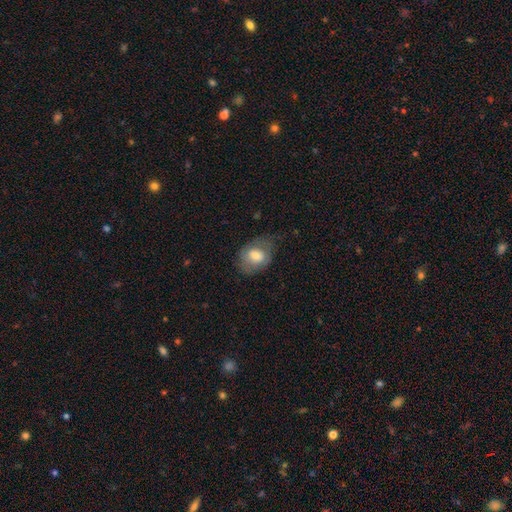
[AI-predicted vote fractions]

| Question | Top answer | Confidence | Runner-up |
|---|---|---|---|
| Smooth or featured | smooth | 69% | featured or disk (24%) |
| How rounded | in between | 65% | round (34%) |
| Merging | none | 54% | minor disturbance (28%) |